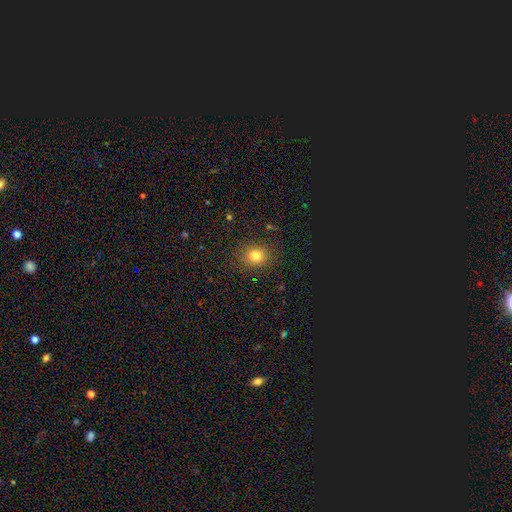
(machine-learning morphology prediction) smooth-or-featured: smooth: 79% | star or artifact: 15% | featured or disk: 6%
  how-rounded: round: 74% | in between: 25% | cigar-shaped: 1%
  merging: none: 87% | minor disturbance: 9% | major disturbance: 3% | merger: 1%